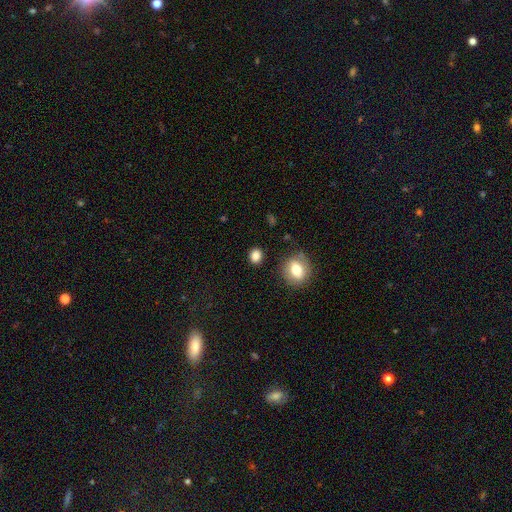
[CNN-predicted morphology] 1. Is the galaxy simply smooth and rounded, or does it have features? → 83% smooth, 11% star or artifact, 6% featured or disk.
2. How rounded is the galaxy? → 59% round, 39% in between, 2% cigar-shaped.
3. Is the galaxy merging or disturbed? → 86% none, 9% minor disturbance, 3% major disturbance, 2% merger.